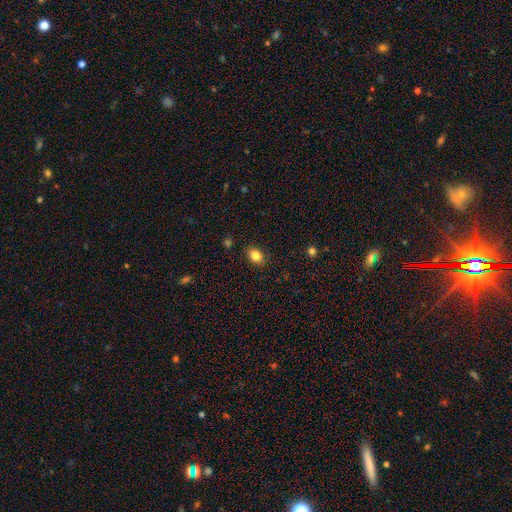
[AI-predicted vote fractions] This appears to be a smooth galaxy with no disk features (84%) that is in between round and cigar-shaped (71%). Merging: none (87%).